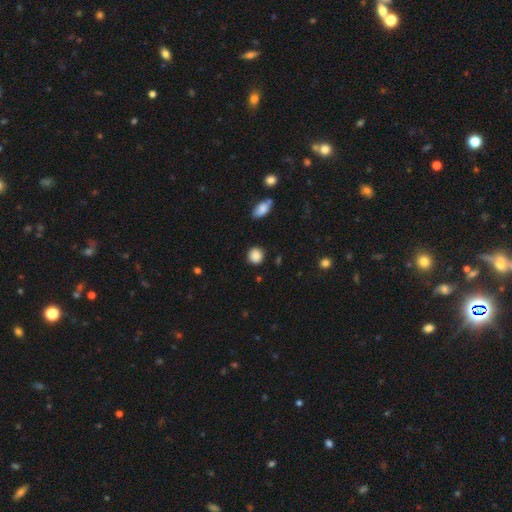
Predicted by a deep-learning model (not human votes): A smooth galaxy with no disk features (87%) that is round (88%). Merging: none (87%).